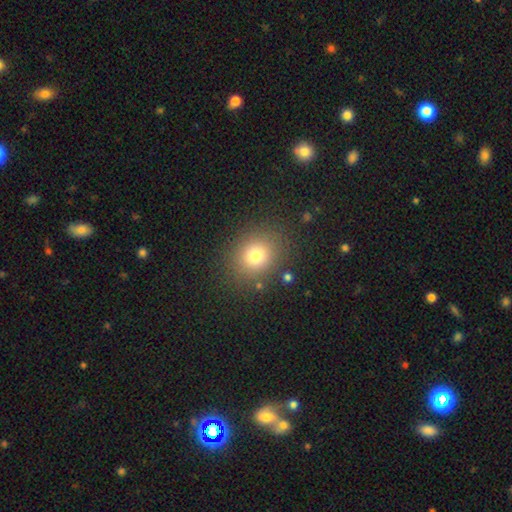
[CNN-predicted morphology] Smooth or featured: smooth — 76% (star or artifact — 15%)
How rounded: round — 71% (in between — 28%)
Merging: none — 85% (minor disturbance — 9%)